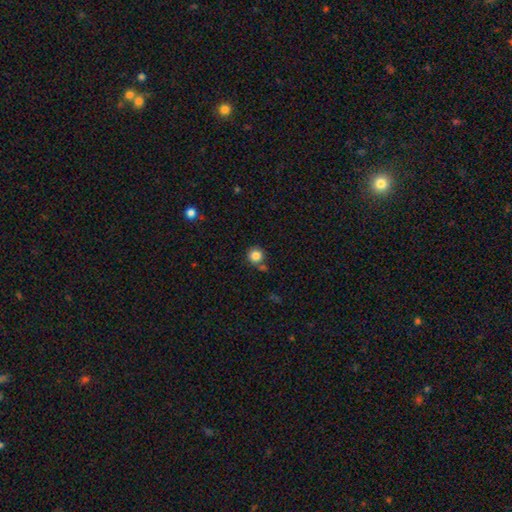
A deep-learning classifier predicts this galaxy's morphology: Smooth or featured? smooth (84%)
How rounded? round (94%)
Merging? none (71%)